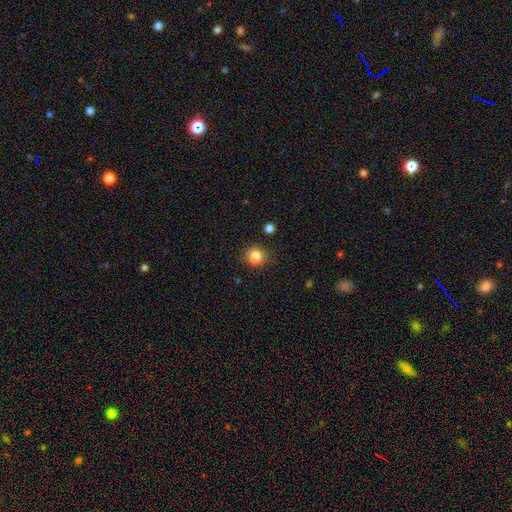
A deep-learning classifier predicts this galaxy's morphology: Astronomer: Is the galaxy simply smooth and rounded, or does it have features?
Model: smooth — 77%.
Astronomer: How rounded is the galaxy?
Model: round — 79%.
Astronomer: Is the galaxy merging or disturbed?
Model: none — 62%.